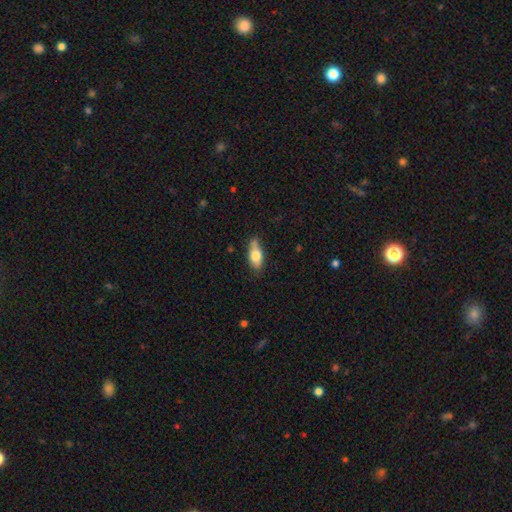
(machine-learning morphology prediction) Smooth or featured? Predicted: smooth (p=0.72). How rounded? Predicted: in between (p=0.82). Merging? Predicted: none (p=0.68).